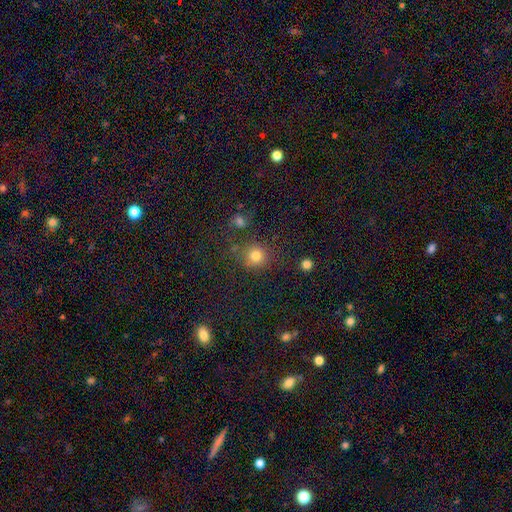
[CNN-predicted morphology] Smooth or featured?
  - smooth: 79% *
  - star or artifact: 15%
  - featured or disk: 6%
How rounded?
  - round: 89% *
  - in between: 10%
  - cigar-shaped: 1%
Merging?
  - none: 76% *
  - minor disturbance: 11%
  - merger: 8%
  - major disturbance: 5%